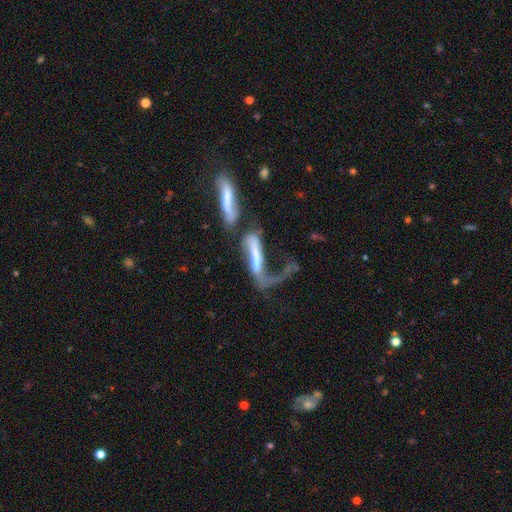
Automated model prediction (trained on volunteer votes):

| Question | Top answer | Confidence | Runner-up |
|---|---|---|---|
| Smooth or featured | featured or disk | 55% | smooth (35%) |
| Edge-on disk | no | 71% | yes (29%) |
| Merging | merger | 47% | major disturbance (31%) |